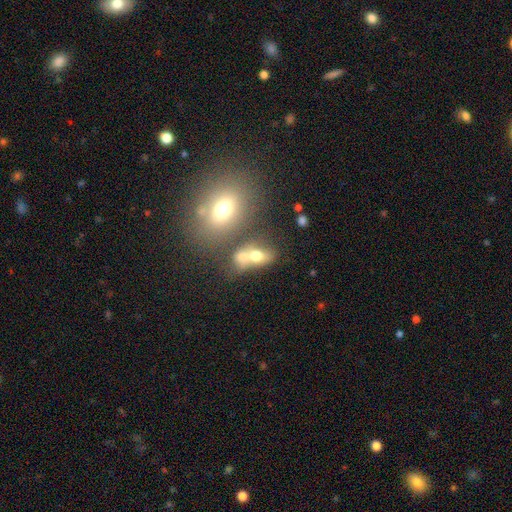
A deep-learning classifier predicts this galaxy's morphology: smooth 66%, featured or disk 20%, star or artifact 14%. Down the decision tree: how rounded — in between (63%); merging — merger (56%).